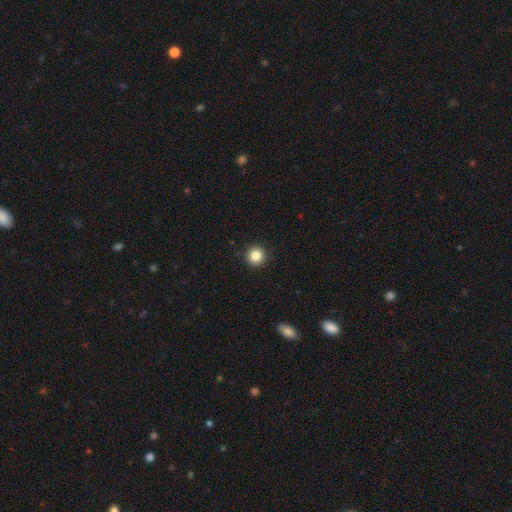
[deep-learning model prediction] Smooth or featured?
  - smooth: 85% *
  - star or artifact: 10%
  - featured or disk: 4%
How rounded?
  - round: 95% *
  - in between: 4%
  - cigar-shaped: 1%
Merging?
  - none: 92% *
  - minor disturbance: 5%
  - major disturbance: 2%
  - merger: 1%